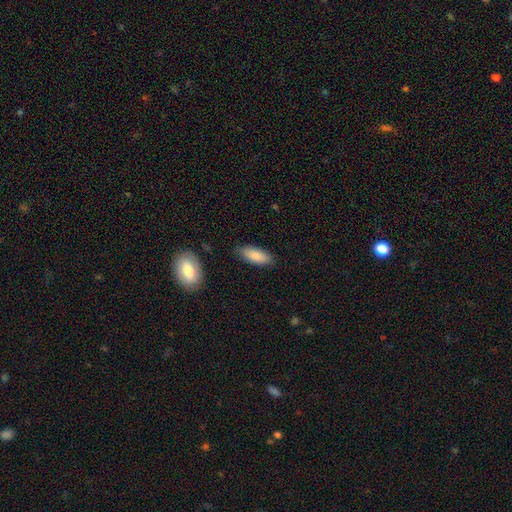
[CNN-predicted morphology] This appears to be a smooth galaxy with no disk features (84%) that is in between round and cigar-shaped (76%). Merging: none (81%).